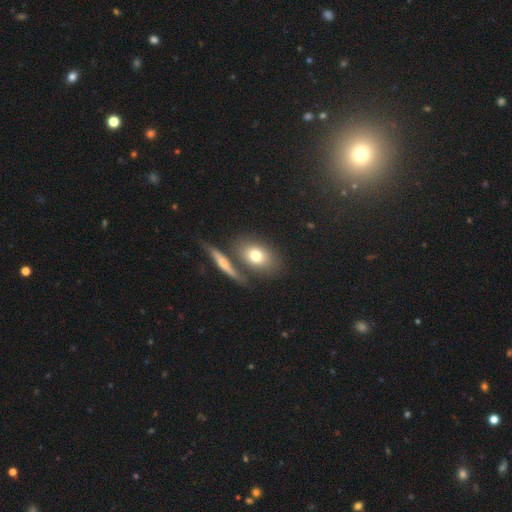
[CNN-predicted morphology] A smooth galaxy with no disk features (73%) that is in between round and cigar-shaped (72%).

Vote fractions:
- Smooth or featured? smooth: 73% / featured or disk: 19% / star or artifact: 8%
- How rounded? in between: 72% / round: 23% / cigar-shaped: 5%
- Merging? none: 60% / merger: 23% / minor disturbance: 12% / major disturbance: 4%